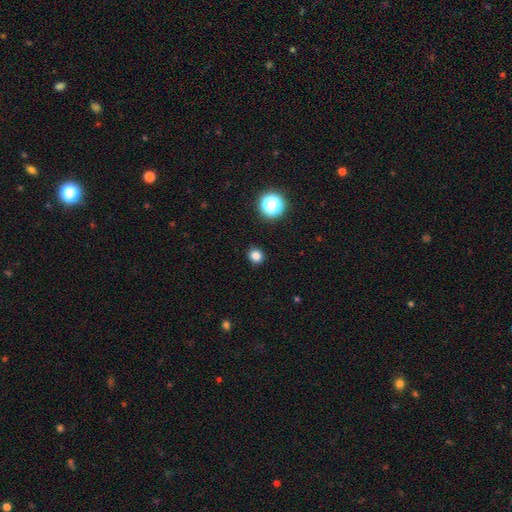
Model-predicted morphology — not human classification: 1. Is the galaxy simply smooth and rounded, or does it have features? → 81% smooth, 15% star or artifact, 4% featured or disk.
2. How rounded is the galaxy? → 79% round, 20% in between, 1% cigar-shaped.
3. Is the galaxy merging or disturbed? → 91% none, 6% minor disturbance, 2% major disturbance, 1% merger.